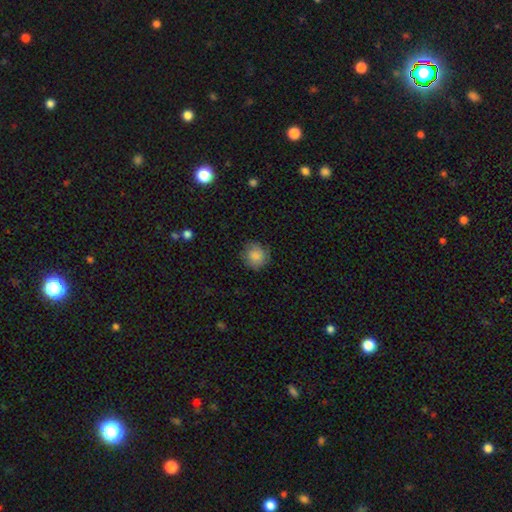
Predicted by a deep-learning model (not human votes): Smooth or featured? Predicted: smooth (p=0.82). How rounded? Predicted: round (p=0.87). Merging? Predicted: none (p=0.78).